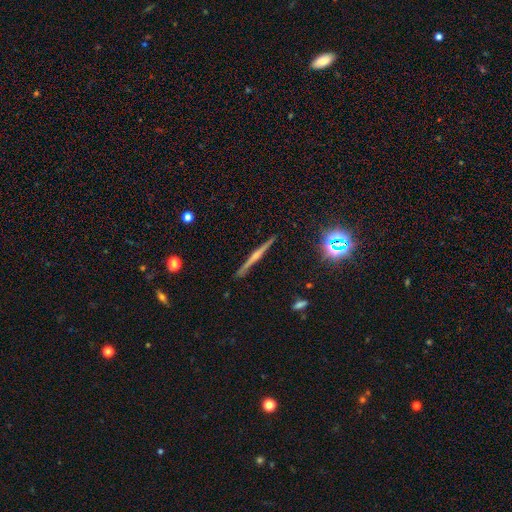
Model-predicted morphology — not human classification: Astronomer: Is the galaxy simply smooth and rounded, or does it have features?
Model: featured or disk — 68%.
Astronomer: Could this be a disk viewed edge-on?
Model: yes — 98%.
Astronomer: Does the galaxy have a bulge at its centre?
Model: rounded — 70%.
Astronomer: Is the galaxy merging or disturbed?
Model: none — 91%.